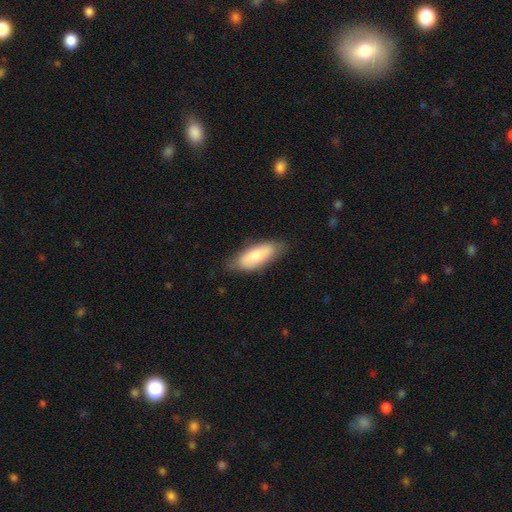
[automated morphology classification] A smooth galaxy with no disk features (76%) that is in between round and cigar-shaped (77%).

Vote fractions:
- Smooth or featured? smooth: 76% / featured or disk: 19% / star or artifact: 6%
- How rounded? in between: 77% / cigar-shaped: 21% / round: 2%
- Merging? none: 74% / minor disturbance: 20% / major disturbance: 4% / merger: 1%